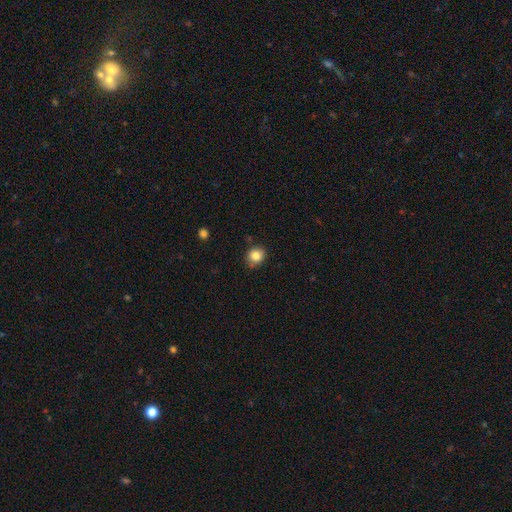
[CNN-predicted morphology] This is clearly a smooth galaxy (84%). How rounded: likely round (76%). Merging: likely none (78%).